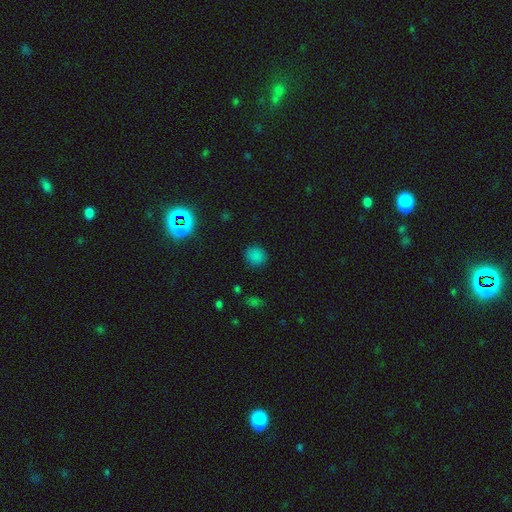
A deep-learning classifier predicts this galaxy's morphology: A smooth galaxy with no disk features (79%) that is round (86%). Merging: none (86%).